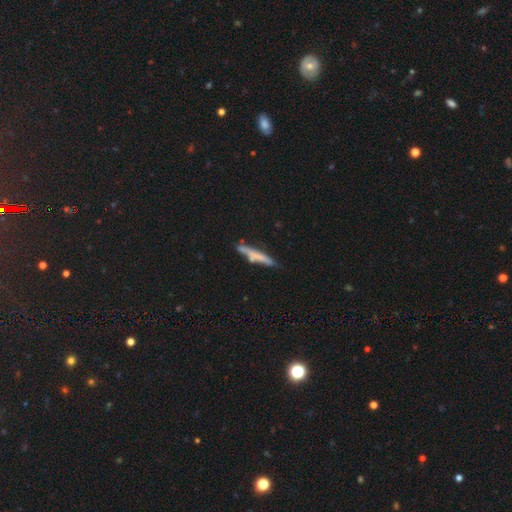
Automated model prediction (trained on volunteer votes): smooth_or_featured: smooth (p=0.56) [alt: featured or disk p=0.37]
how_rounded: cigar-shaped (p=0.93) [alt: in between p=0.06]
merging: none (p=0.67) [alt: minor disturbance p=0.18]